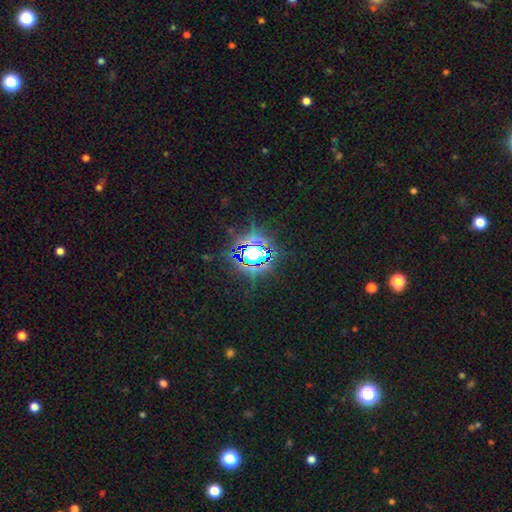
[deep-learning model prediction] Smooth or featured? star or artifact (76%)